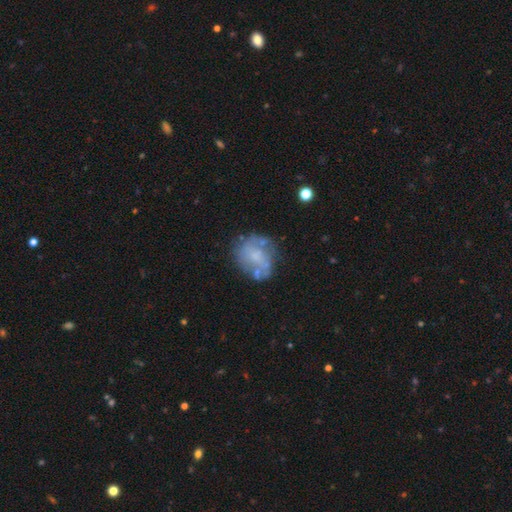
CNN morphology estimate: The model was most divided on "bulge size": moderate: 32%, small: 31%, none: 30%, large: 4%, dominant: 1%. More confident: edge-on disk — no (97%); bar — no (81%); spiral arms — no (74%); merging — none (54%); smooth or featured — featured or disk (53%).